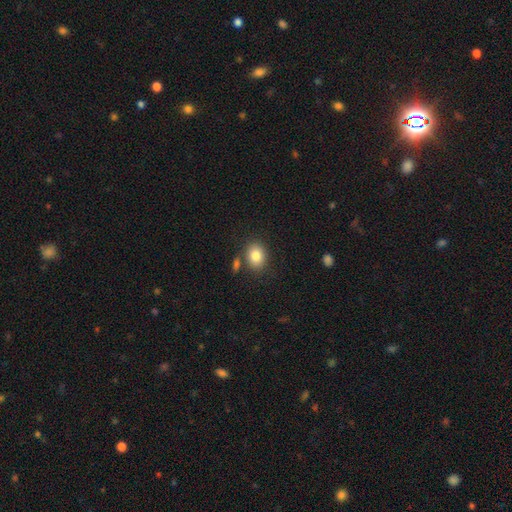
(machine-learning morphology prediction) A smooth galaxy with no disk features (83%) that is in between round and cigar-shaped (56%).

Vote fractions:
- Smooth or featured? smooth: 83% / star or artifact: 9% / featured or disk: 8%
- How rounded? in between: 56% / round: 43% / cigar-shaped: 1%
- Merging? none: 77% / minor disturbance: 11% / merger: 9% / major disturbance: 3%